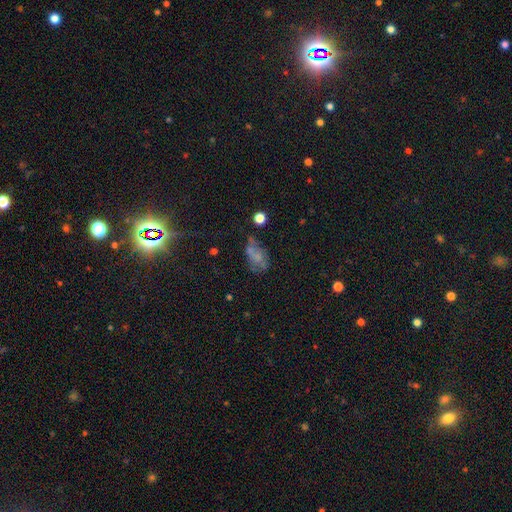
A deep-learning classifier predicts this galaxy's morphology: Smooth or featured?
  - smooth: 50% *
  - featured or disk: 32%
  - star or artifact: 18%
Merging?
  - none: 36% *
  - minor disturbance: 25%
  - major disturbance: 25%
  - merger: 14%